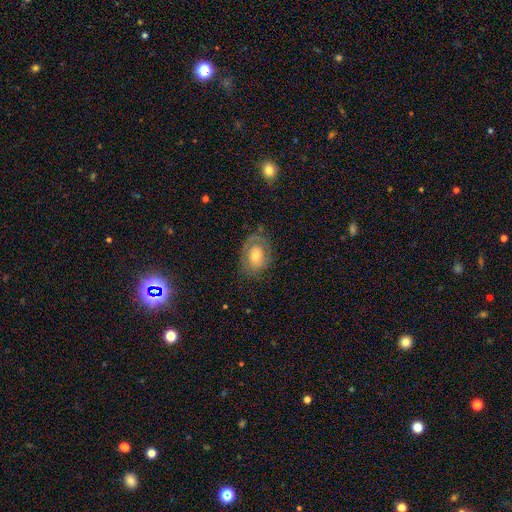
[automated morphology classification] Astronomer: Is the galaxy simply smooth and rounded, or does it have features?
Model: featured or disk — 53% (runner-up: smooth, 36%).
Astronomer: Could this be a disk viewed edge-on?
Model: no — 94%.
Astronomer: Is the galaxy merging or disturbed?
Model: none — 67%.